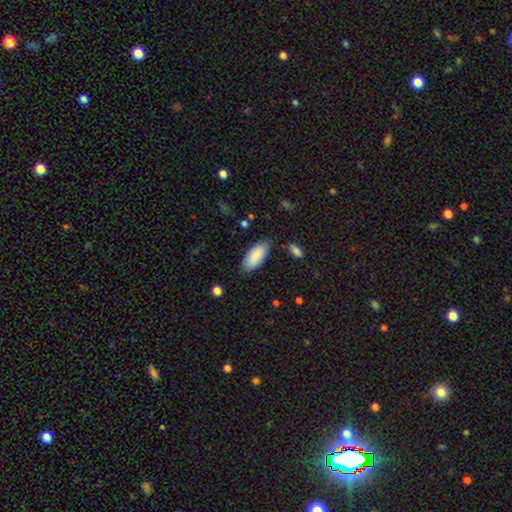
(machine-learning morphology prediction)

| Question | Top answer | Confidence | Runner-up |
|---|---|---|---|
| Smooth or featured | smooth | 89% | star or artifact (6%) |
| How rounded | in between | 87% | cigar-shaped (11%) |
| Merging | none | 79% | minor disturbance (15%) |